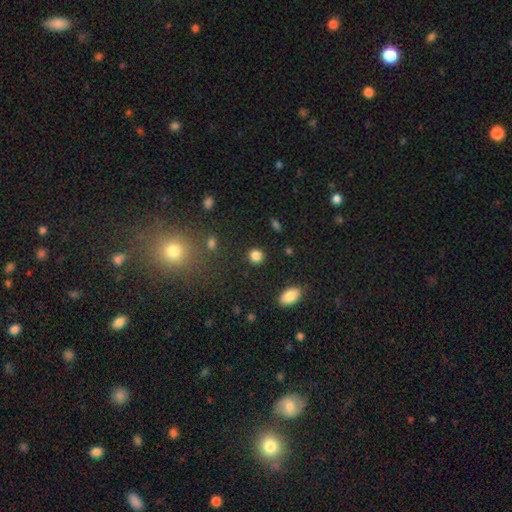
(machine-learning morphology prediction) Smooth or featured: smooth — 85% (star or artifact — 11%)
How rounded: round — 85% (in between — 14%)
Merging: none — 88% (minor disturbance — 7%)